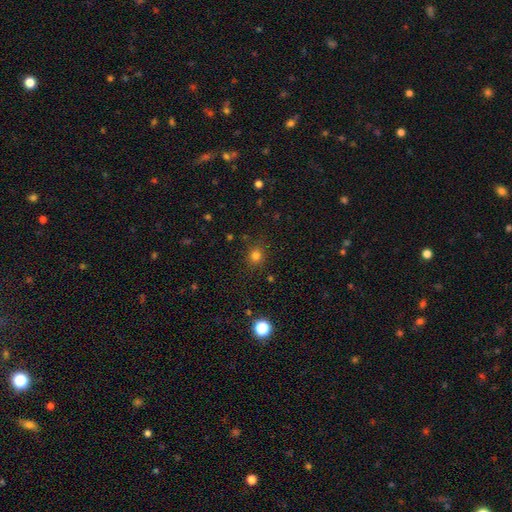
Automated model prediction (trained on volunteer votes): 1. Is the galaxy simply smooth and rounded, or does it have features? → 78% smooth, 17% star or artifact, 5% featured or disk.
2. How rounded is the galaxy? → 82% round, 17% in between, 1% cigar-shaped.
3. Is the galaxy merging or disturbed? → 85% none, 10% minor disturbance, 4% major disturbance, 2% merger.